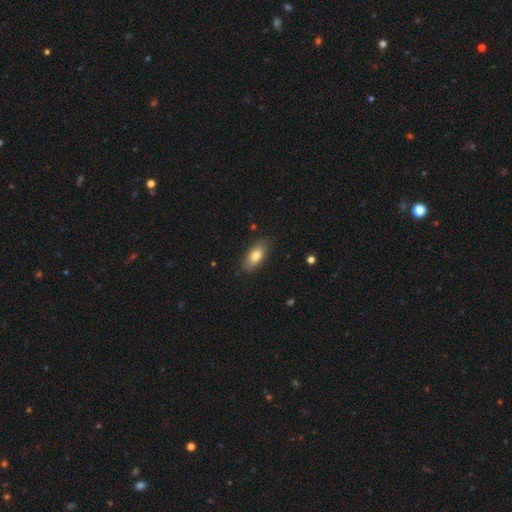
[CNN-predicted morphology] Smooth or featured: smooth — 79% (featured or disk — 14%)
How rounded: in between — 86% (cigar-shaped — 10%)
Merging: none — 85% (minor disturbance — 12%)